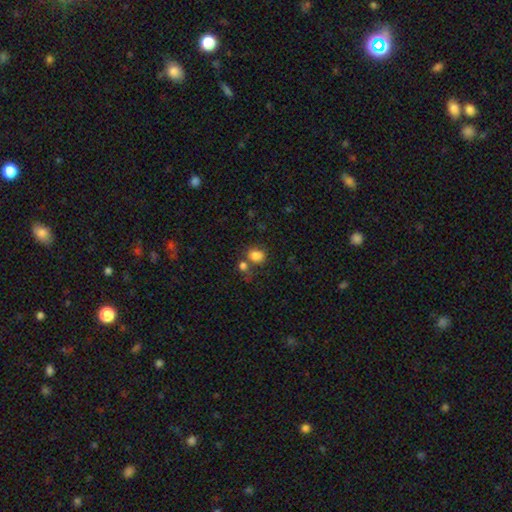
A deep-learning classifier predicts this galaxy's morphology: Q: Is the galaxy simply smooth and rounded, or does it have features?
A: smooth — 82%.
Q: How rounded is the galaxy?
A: round — 50%.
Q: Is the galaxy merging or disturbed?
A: none — 52%.